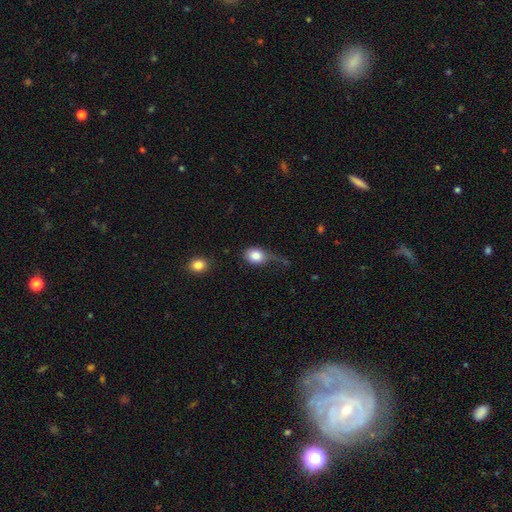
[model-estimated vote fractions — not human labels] smooth 83%, featured or disk 9%, star or artifact 8%. Down the decision tree: how rounded — in between (61%); merging — none (44%).